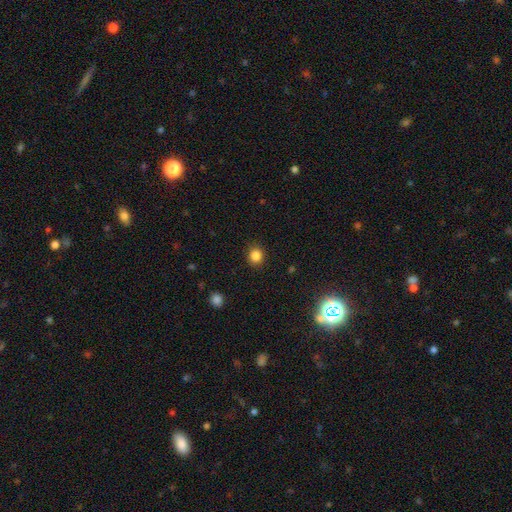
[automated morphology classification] smooth 84%, star or artifact 12%, featured or disk 4%. Down the decision tree: how rounded — round (81%); merging — none (90%).